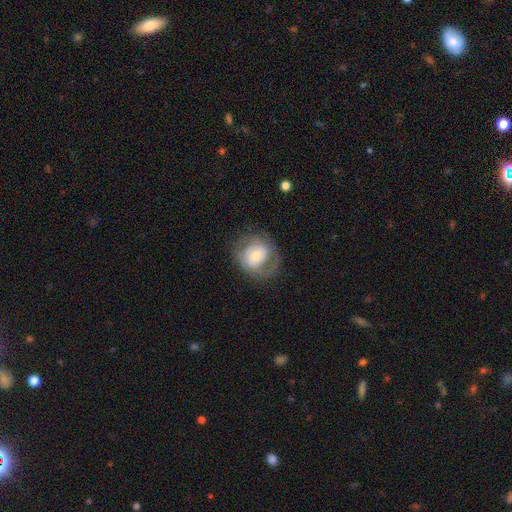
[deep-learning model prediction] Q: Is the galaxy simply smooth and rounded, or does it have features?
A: featured or disk — 53%.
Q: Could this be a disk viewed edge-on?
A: no — 96%.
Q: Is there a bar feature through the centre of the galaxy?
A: no — 74%.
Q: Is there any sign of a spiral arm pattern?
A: no — 53%.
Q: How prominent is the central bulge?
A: moderate — 55%.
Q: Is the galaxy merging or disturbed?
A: none — 65%.